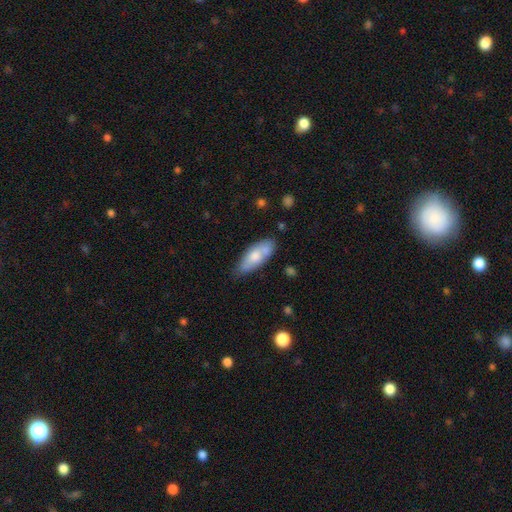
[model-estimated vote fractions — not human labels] smooth_or_featured: smooth (p=0.67) [alt: featured or disk p=0.27]
how_rounded: in between (p=0.75) [alt: cigar-shaped p=0.23]
merging: none (p=0.64) [alt: minor disturbance p=0.23]